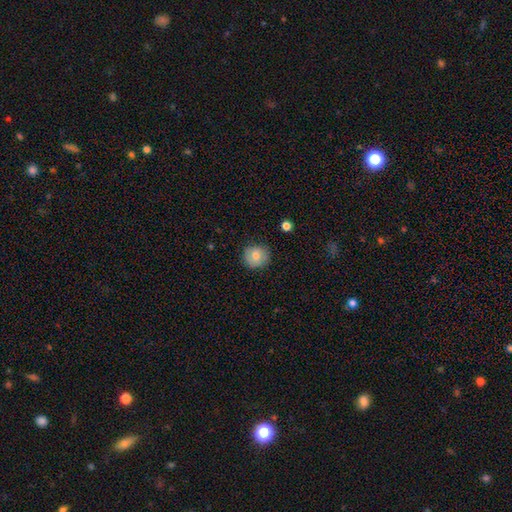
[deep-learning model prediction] Q: Smooth or featured?
A: smooth (76%); runner-up: featured or disk (16%)
Q: How rounded?
A: round (88%); runner-up: in between (11%)
Q: Merging?
A: none (84%); runner-up: minor disturbance (12%)